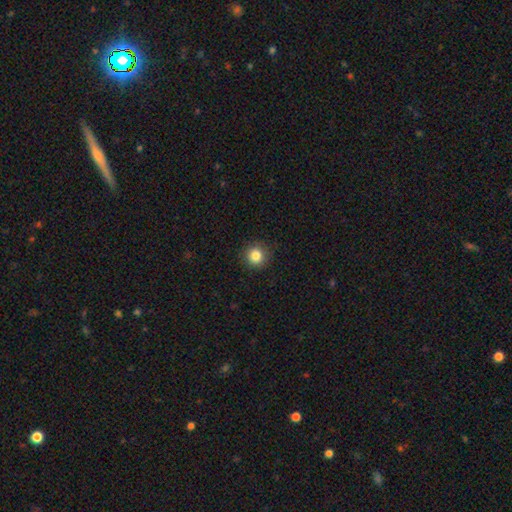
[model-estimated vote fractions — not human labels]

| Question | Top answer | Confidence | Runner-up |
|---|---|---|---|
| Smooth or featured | smooth | 85% | star or artifact (11%) |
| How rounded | round | 94% | in between (5%) |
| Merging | none | 90% | minor disturbance (7%) |